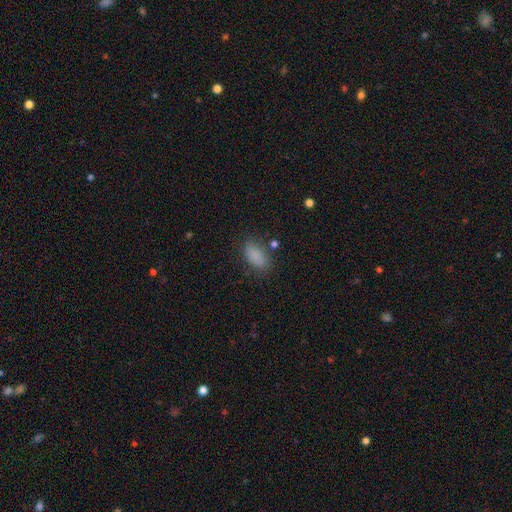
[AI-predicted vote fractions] Smooth or featured? smooth (86%)
How rounded? in between (90%)
Merging? none (78%)